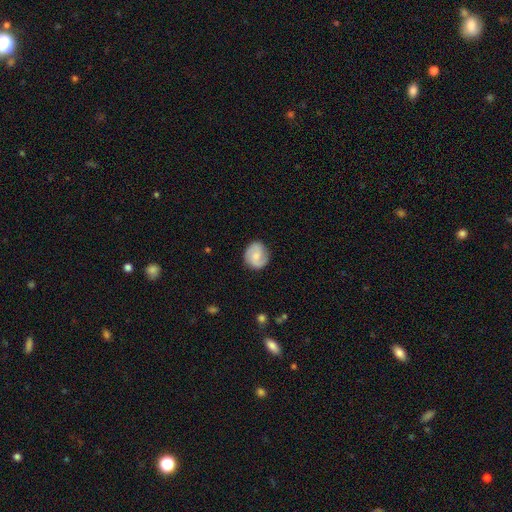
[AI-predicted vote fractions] featured or disk 55%, smooth 38%, star or artifact 7%. Down the decision tree: edge-on disk — no (98%); bar — no (54%); spiral arms — yes (91%); bulge size — small (44%); merging — none (82%).